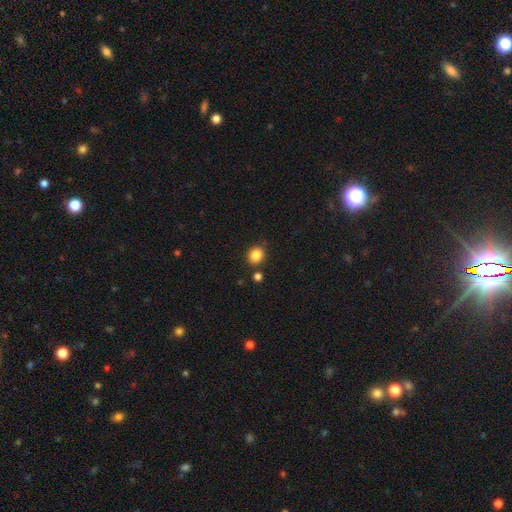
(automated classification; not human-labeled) A smooth galaxy with no disk features (86%) that is round (66%). Merging: none (77%).